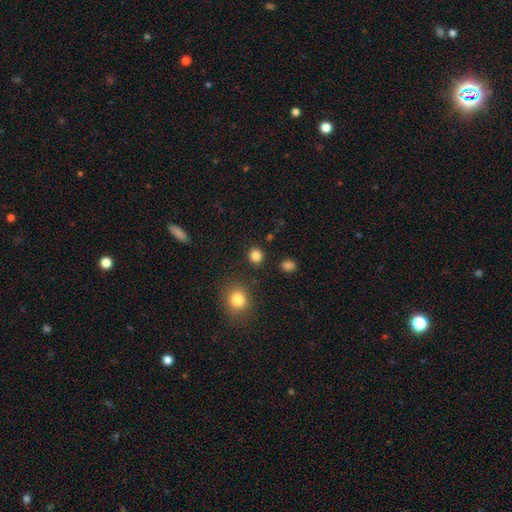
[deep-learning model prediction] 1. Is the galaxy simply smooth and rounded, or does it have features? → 84% smooth, 13% star or artifact, 4% featured or disk.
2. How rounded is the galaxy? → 91% round, 8% in between, 1% cigar-shaped.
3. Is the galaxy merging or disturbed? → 90% none, 5% minor disturbance, 3% merger, 2% major disturbance.